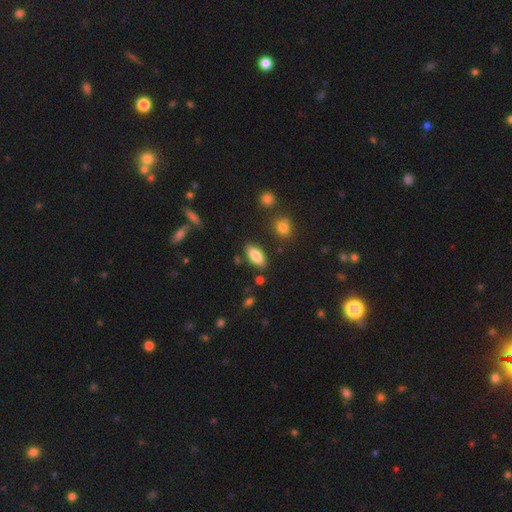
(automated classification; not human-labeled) This is clearly a smooth galaxy (84%). How rounded: clearly in between (89%). Merging: clearly none (84%).